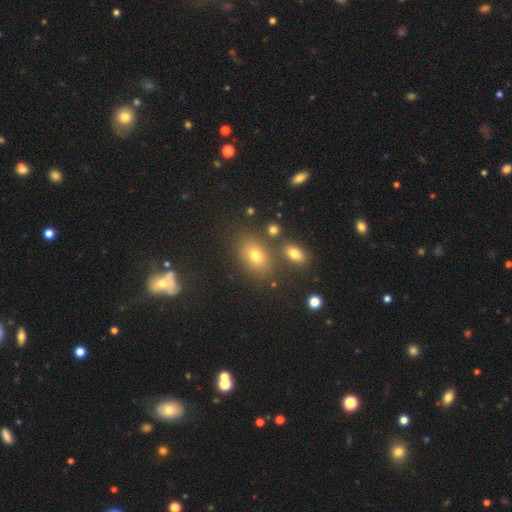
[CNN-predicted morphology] smooth 69%, star or artifact 17%, featured or disk 14%. Down the decision tree: how rounded — in between (75%); merging — none (74%).